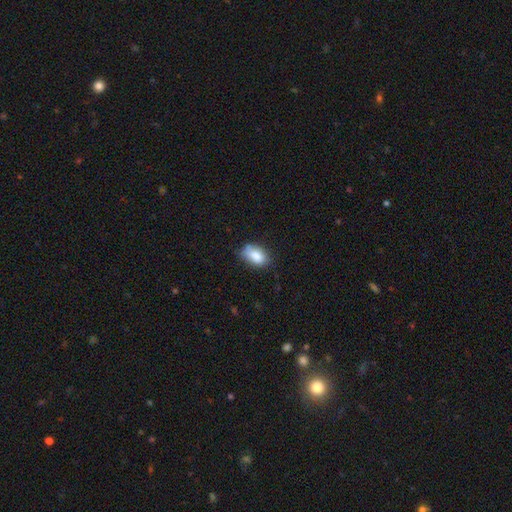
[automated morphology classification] A smooth galaxy with no disk features (82%) that is in between round and cigar-shaped (88%). Merging: none (61%).